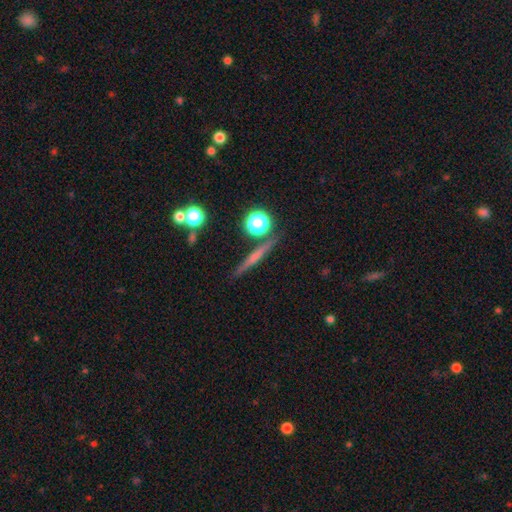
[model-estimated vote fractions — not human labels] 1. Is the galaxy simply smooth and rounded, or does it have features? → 50% featured or disk, 40% smooth, 10% star or artifact.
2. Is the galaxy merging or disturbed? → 86% none, 8% minor disturbance, 3% merger, 2% major disturbance.